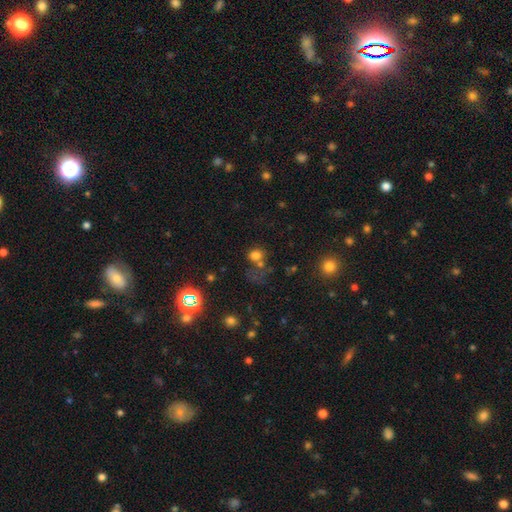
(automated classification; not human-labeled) smooth 70%, star or artifact 21%, featured or disk 9%. Down the decision tree: how rounded — round (62%); merging — none (49%).